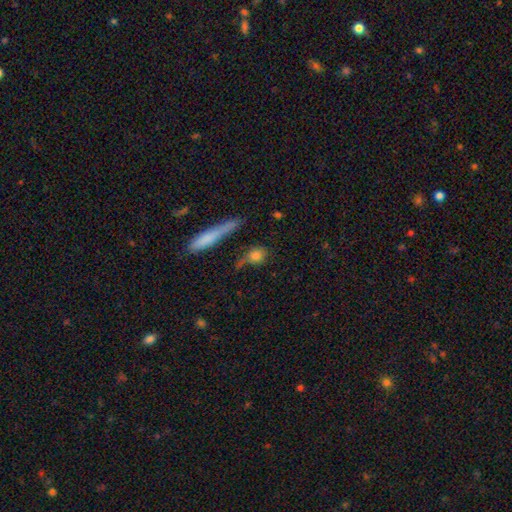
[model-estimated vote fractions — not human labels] Q: Smooth or featured?
A: smooth (75%); runner-up: featured or disk (15%)
Q: How rounded?
A: round (62%); runner-up: in between (24%)
Q: Merging?
A: none (58%); runner-up: minor disturbance (19%)